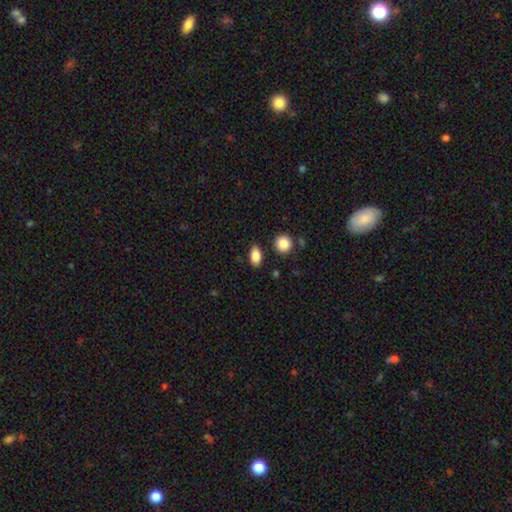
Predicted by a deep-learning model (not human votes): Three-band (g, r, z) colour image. It shows a smooth galaxy with no disk features (86%) that is in between round and cigar-shaped (86%). Merging: none (85%).